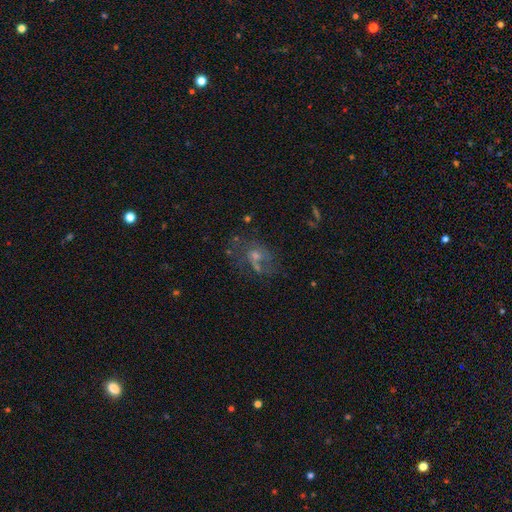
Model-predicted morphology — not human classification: A featured or disk galaxy (49%).

Vote fractions:
- Smooth or featured? featured or disk: 49% / smooth: 27% / star or artifact: 24%
- Merging? none: 47% / major disturbance: 25% / minor disturbance: 18% / merger: 10%